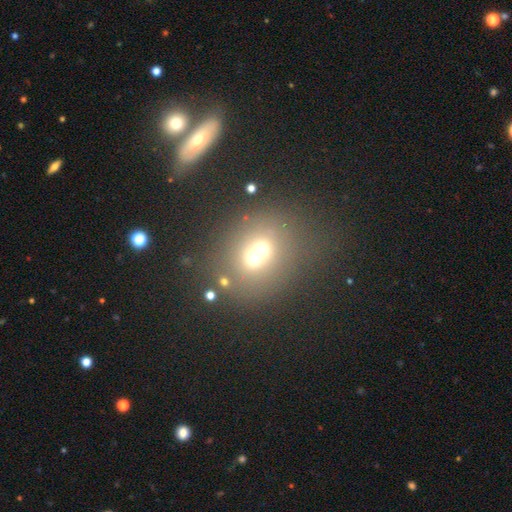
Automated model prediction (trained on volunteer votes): This is possibly a smooth galaxy (56%). How rounded: likely round (70%). Merging: possibly merger (57%).